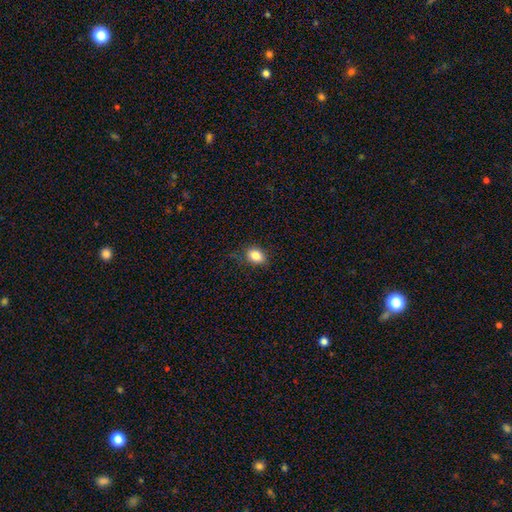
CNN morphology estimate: type=smooth (84%); roundness=in between (74%); merging=none (81%).